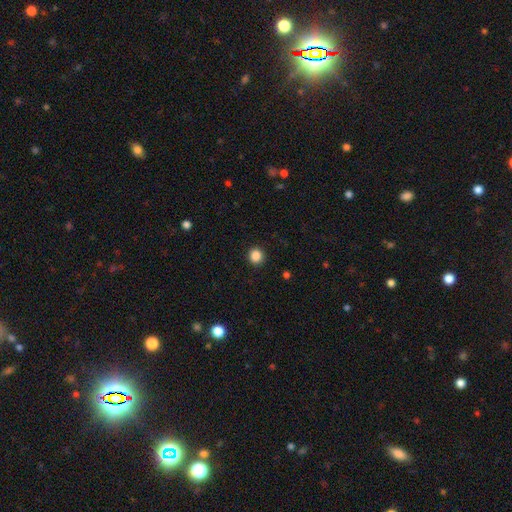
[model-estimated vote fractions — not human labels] This is clearly a smooth galaxy (86%). How rounded: clearly round (91%). Merging: clearly none (92%).